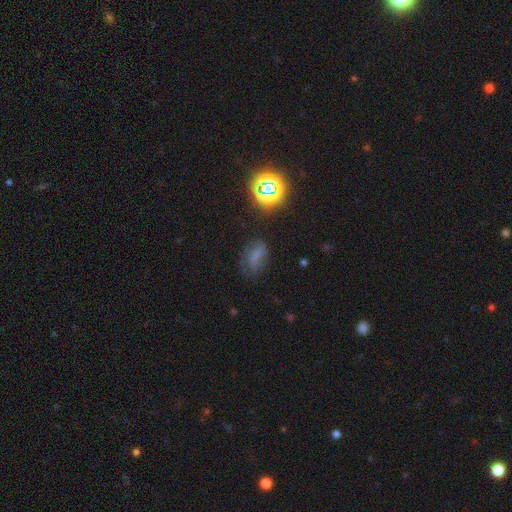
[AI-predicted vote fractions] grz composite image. It shows a smooth galaxy with no disk features (53%) that is in between round and cigar-shaped (78%). Merging: none (54%).